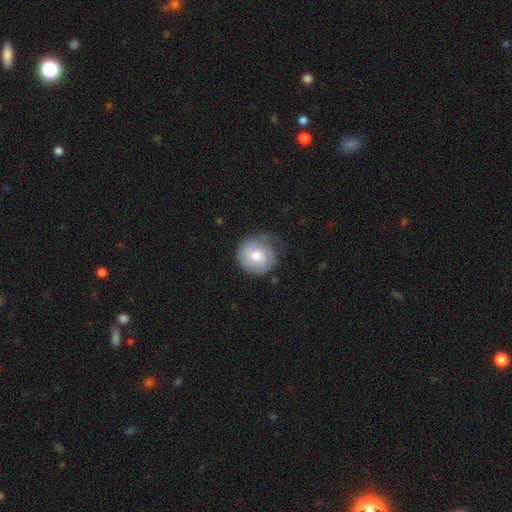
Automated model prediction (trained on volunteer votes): smooth-or-featured: smooth: 55% | featured or disk: 38% | star or artifact: 7%
  how-rounded: round: 88% | in between: 11% | cigar-shaped: 1%
  merging: none: 56% | minor disturbance: 30% | major disturbance: 12% | merger: 2%